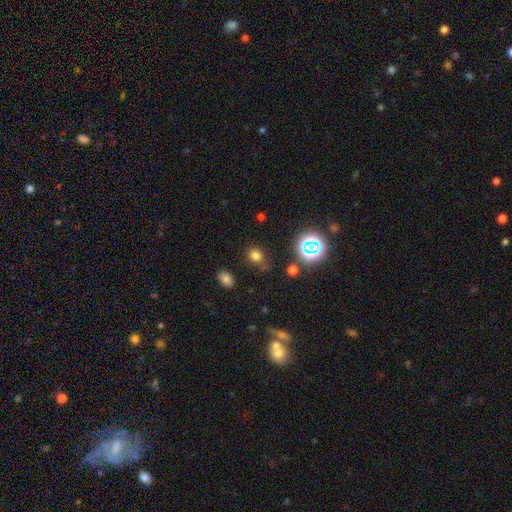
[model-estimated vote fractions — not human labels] Smooth or featured?
  - smooth: 70% *
  - star or artifact: 24%
  - featured or disk: 6%
How rounded?
  - round: 64% *
  - in between: 35%
  - cigar-shaped: 1%
Merging?
  - none: 71% *
  - minor disturbance: 17%
  - merger: 6%
  - major disturbance: 6%